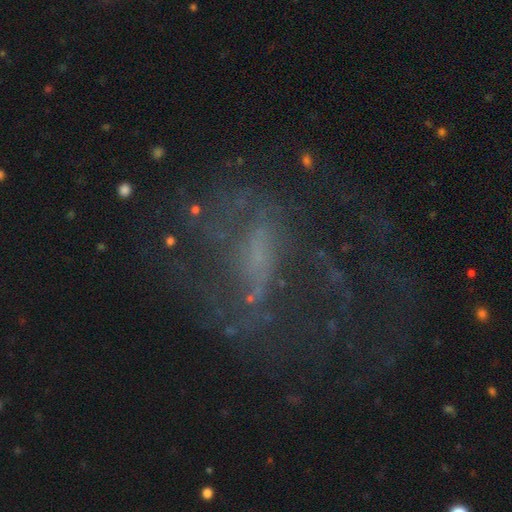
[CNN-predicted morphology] type=featured or disk (67%); edge-on=no (93%); bar=weak (37%); spiral arms=yes (61%); bulge=none (46%); merging=none (49%).